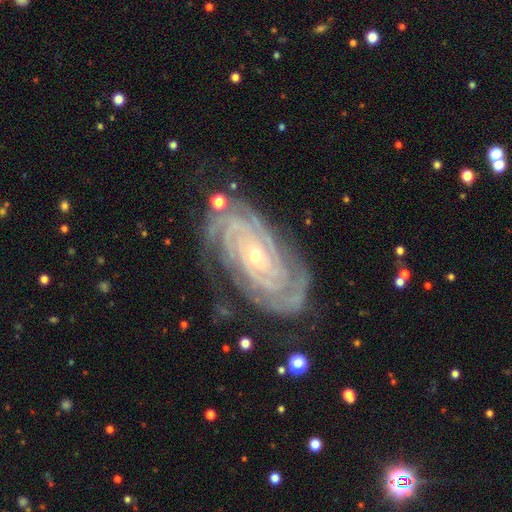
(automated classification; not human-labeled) A featured or disk galaxy (92%) with no bar (68%), 4 (23%) tight (85%) spiral arms (98%) and a small central bulge (72%). Merging: none (76%).